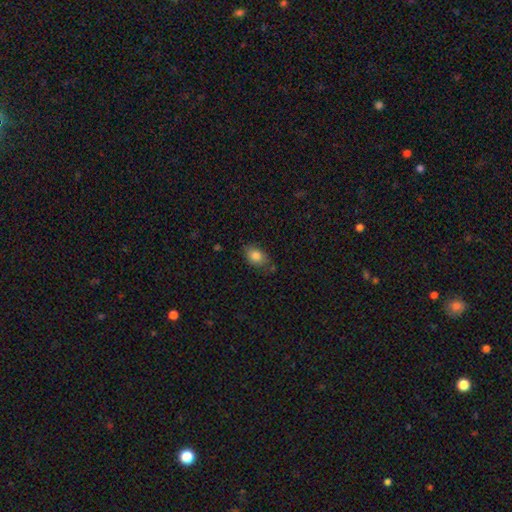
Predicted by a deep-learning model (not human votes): Smooth or featured: smooth — 83% (star or artifact — 9%)
How rounded: in between — 81% (round — 17%)
Merging: none — 68% (minor disturbance — 23%)